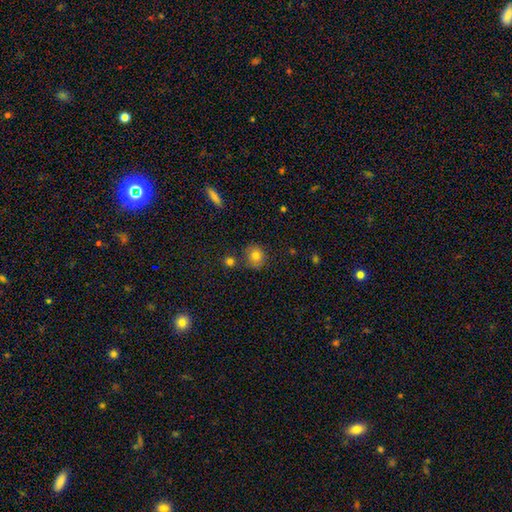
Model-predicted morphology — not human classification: The model was most divided on "merging": none: 77%, minor disturbance: 12%, merger: 8%, major disturbance: 3%. More confident: how rounded — round (83%); smooth or featured — smooth (79%).